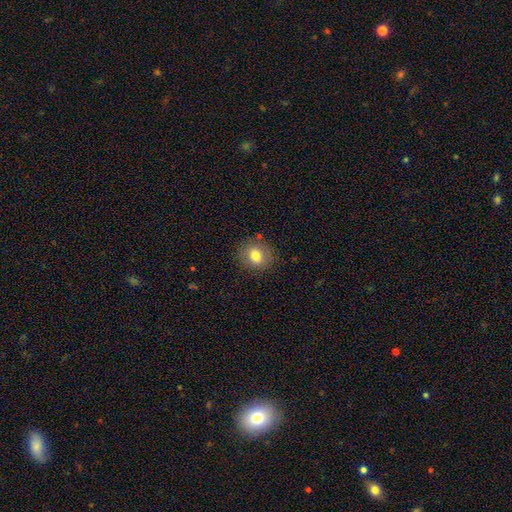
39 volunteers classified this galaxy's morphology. Q: Smooth or featured?
A: smooth (74%); runner-up: featured or disk (21%)
Q: How rounded?
A: round (79%); runner-up: in between (17%)
Q: Merging?
A: none (86%); runner-up: minor disturbance (11%)